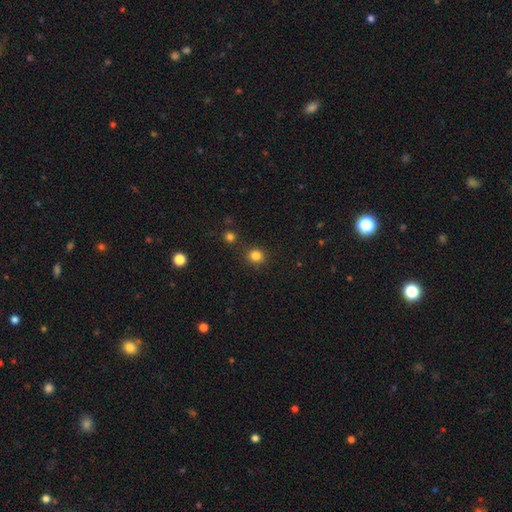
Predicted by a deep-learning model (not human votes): The model was most divided on "smooth or featured": smooth: 82%, star or artifact: 14%, featured or disk: 4%. More confident: how rounded — round (90%); merging — none (87%).